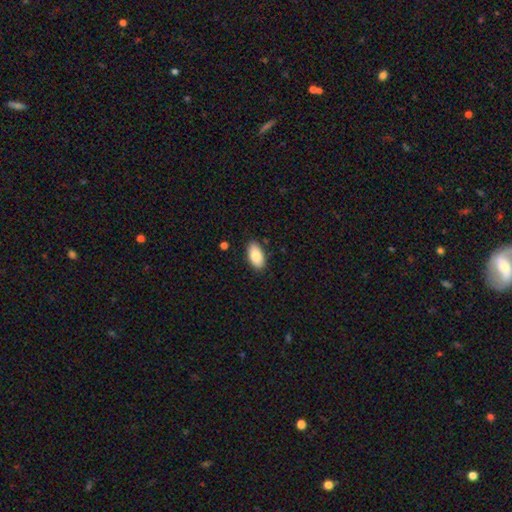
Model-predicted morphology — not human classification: type=smooth (84%); roundness=in between (94%); merging=none (87%).